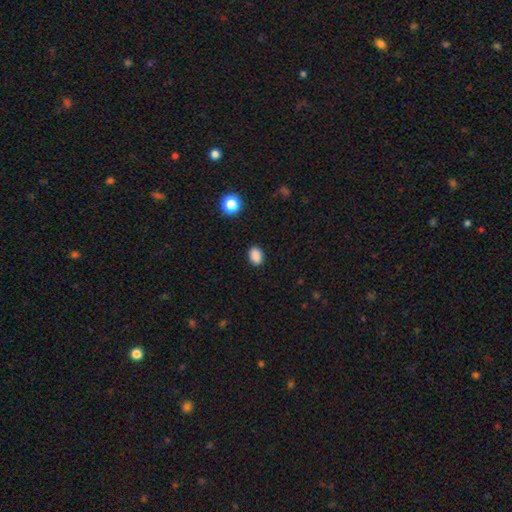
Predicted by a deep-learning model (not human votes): Morphology: type=smooth (87%); roundness=in between (70%); merging=none (88%).